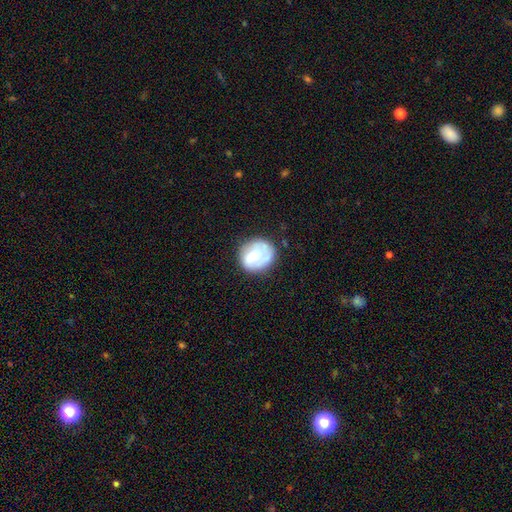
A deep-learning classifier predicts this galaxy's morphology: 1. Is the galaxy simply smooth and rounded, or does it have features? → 55% smooth, 38% featured or disk, 7% star or artifact.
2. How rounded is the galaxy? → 70% round, 29% in between, 1% cigar-shaped.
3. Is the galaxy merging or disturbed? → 63% none, 23% minor disturbance, 11% major disturbance, 3% merger.